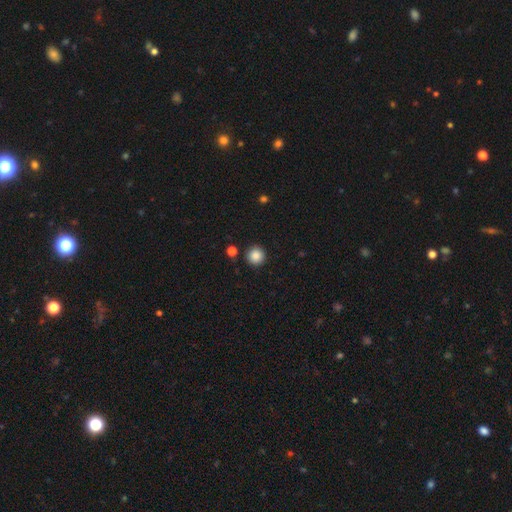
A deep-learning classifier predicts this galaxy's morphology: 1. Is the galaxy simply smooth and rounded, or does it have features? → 86% smooth, 10% star or artifact, 4% featured or disk.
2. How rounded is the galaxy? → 96% round, 3% in between, 1% cigar-shaped.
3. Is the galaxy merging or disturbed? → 91% none, 5% minor disturbance, 3% merger, 2% major disturbance.